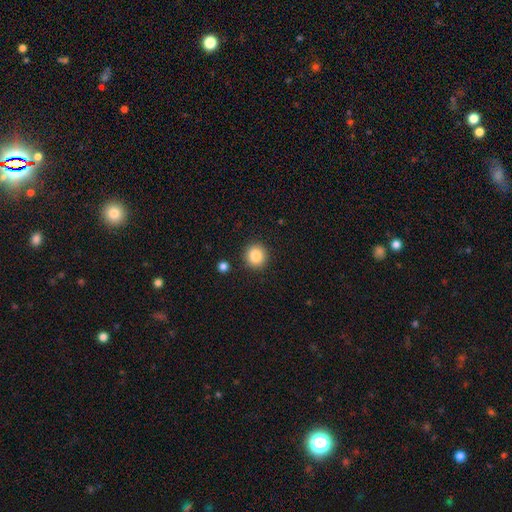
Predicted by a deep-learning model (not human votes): Smooth or featured: smooth — 85% (star or artifact — 9%)
How rounded: round — 92% (in between — 8%)
Merging: none — 90% (minor disturbance — 6%)